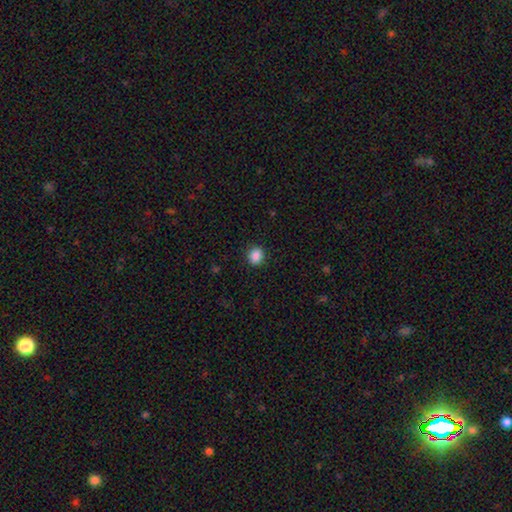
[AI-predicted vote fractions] Morphology: type=smooth (88%); roundness=round (70%); merging=none (89%).